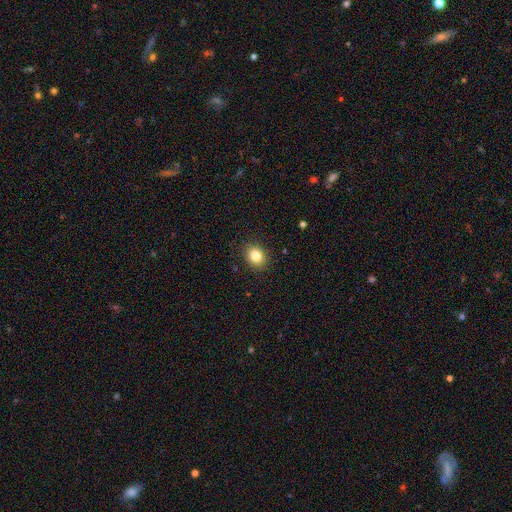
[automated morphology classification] type=smooth (84%); roundness=round (58%); merging=none (89%).